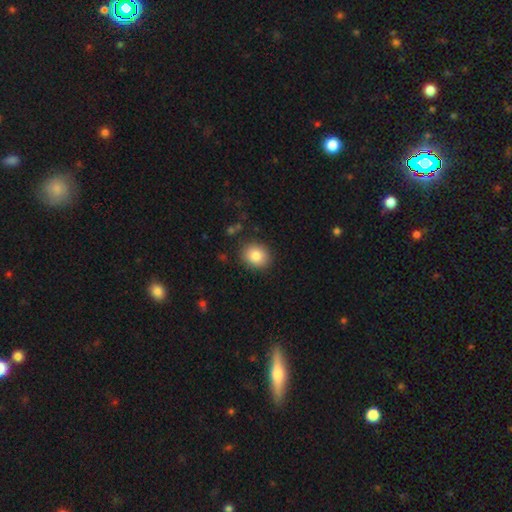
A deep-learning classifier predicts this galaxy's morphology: Smooth or featured? smooth (86%)
How rounded? round (62%)
Merging? none (87%)